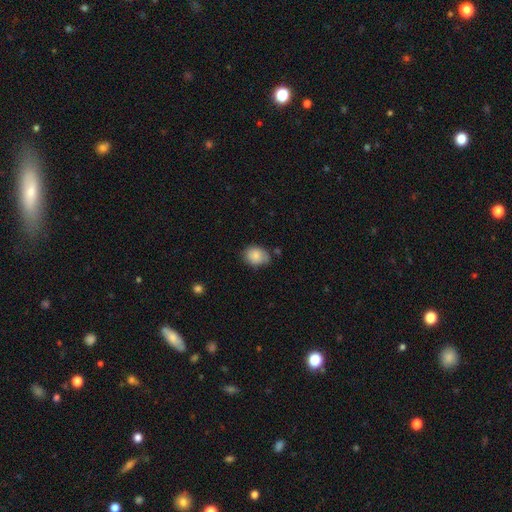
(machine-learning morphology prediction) A smooth galaxy with no disk features (83%) that is in between round and cigar-shaped (53%).

Vote fractions:
- Smooth or featured? smooth: 83% / featured or disk: 9% / star or artifact: 8%
- How rounded? in between: 53% / round: 46% / cigar-shaped: 1%
- Merging? none: 63% / minor disturbance: 27% / major disturbance: 5% / merger: 4%